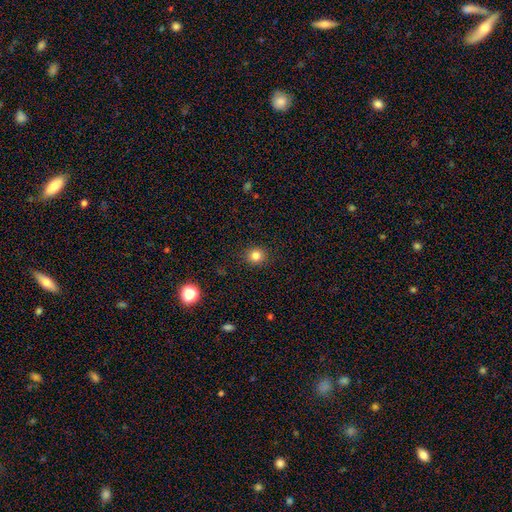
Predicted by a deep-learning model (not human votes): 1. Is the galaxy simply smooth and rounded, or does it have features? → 82% smooth, 13% star or artifact, 5% featured or disk.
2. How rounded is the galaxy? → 85% round, 14% in between, 1% cigar-shaped.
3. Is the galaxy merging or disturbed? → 90% none, 7% minor disturbance, 2% major disturbance, 1% merger.